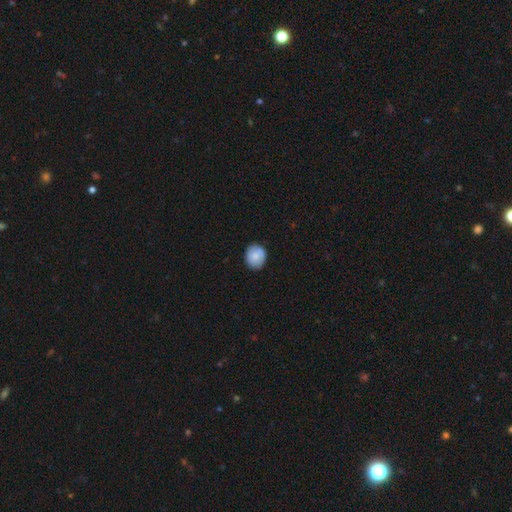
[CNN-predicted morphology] smooth 80%, featured or disk 13%, star or artifact 7%. Down the decision tree: how rounded — round (77%); merging — none (82%).